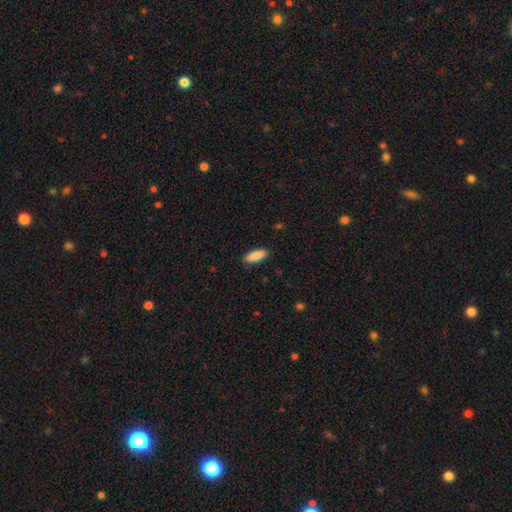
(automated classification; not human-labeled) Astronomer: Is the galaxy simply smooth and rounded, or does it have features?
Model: smooth — 87%.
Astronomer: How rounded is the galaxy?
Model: in between — 71%.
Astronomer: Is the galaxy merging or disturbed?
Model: none — 87%.